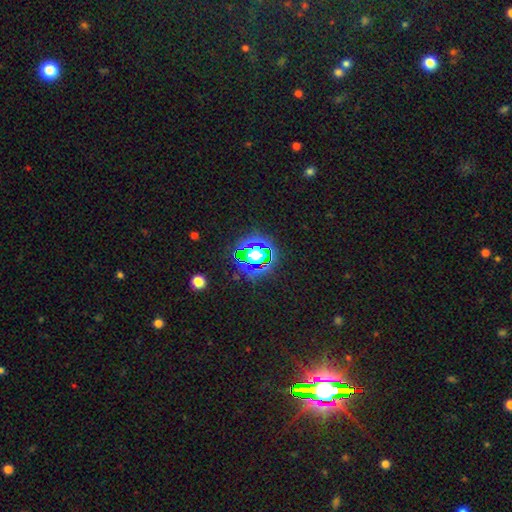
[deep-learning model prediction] A star or artifact, not a galaxy (62%).